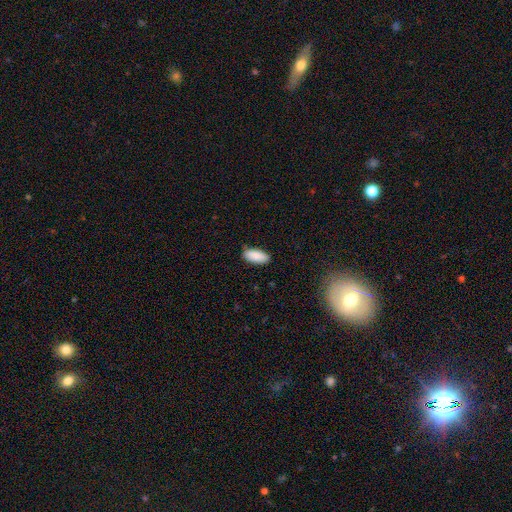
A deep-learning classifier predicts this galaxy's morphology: smooth_or_featured: smooth (p=0.90) [alt: star or artifact p=0.06]
how_rounded: in between (p=0.88) [alt: cigar-shaped p=0.10]
merging: none (p=0.85) [alt: minor disturbance p=0.11]